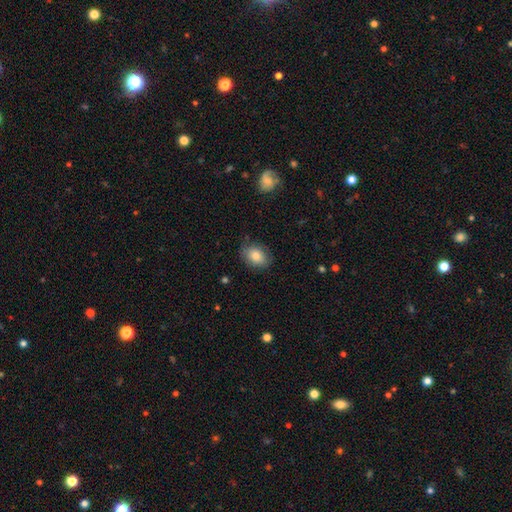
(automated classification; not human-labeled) A smooth galaxy with no disk features (83%) that is in between round and cigar-shaped (74%).

Vote fractions:
- Smooth or featured? smooth: 83% / featured or disk: 10% / star or artifact: 7%
- How rounded? in between: 74% / round: 24% / cigar-shaped: 1%
- Merging? none: 79% / minor disturbance: 16% / major disturbance: 4% / merger: 1%